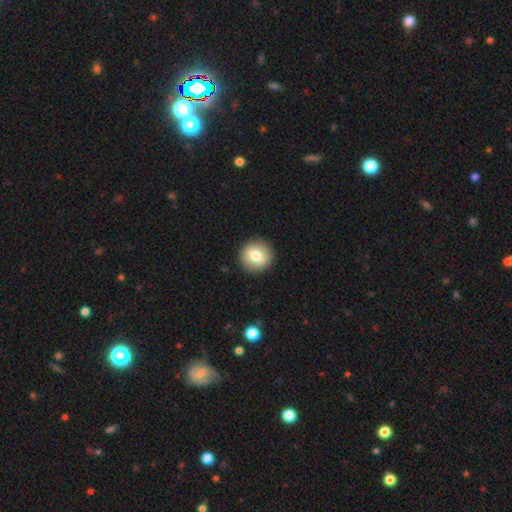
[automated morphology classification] Smooth or featured? Predicted: smooth (p=0.73). How rounded? Predicted: round (p=0.91). Merging? Predicted: none (p=0.91).